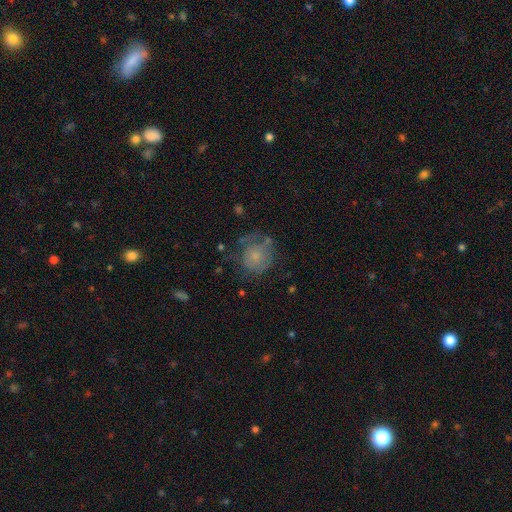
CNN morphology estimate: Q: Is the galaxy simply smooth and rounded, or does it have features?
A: smooth — 59%.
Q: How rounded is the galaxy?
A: round — 80%.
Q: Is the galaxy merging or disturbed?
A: none — 48%.